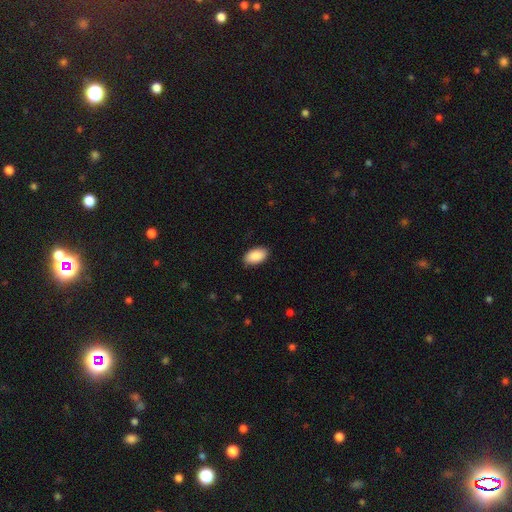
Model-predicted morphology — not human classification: A smooth galaxy with no disk features (90%) that is in between round and cigar-shaped (95%).

Vote fractions:
- Smooth or featured? smooth: 90% / star or artifact: 6% / featured or disk: 4%
- How rounded? in between: 95% / round: 4% / cigar-shaped: 1%
- Merging? none: 87% / minor disturbance: 10% / major disturbance: 2% / merger: 1%